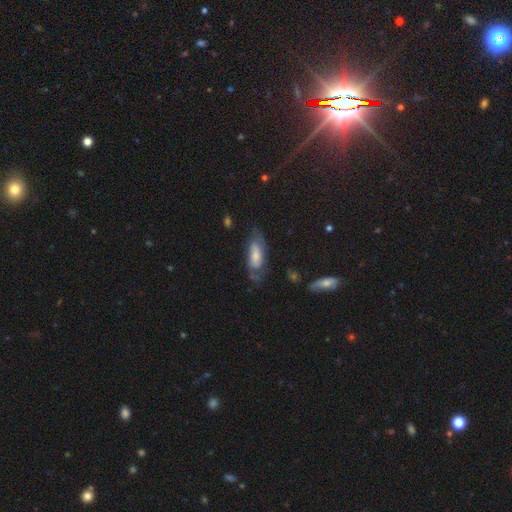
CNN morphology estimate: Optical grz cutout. It shows a smooth galaxy with no disk features (54%) that is in between round and cigar-shaped (77%). Merging: none (49%).